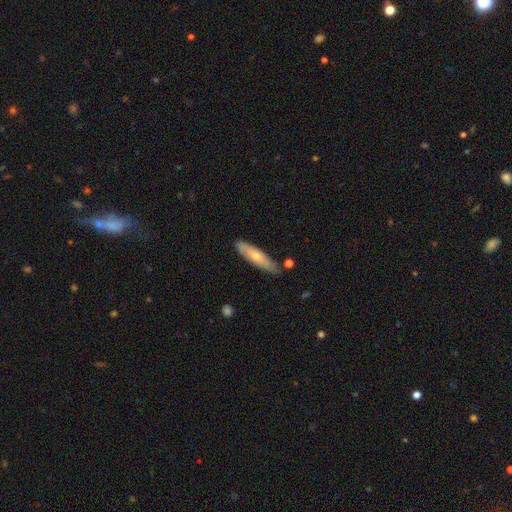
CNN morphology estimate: smooth 53%, featured or disk 41%, star or artifact 6%. Down the decision tree: how rounded — cigar-shaped (73%); merging — none (82%).